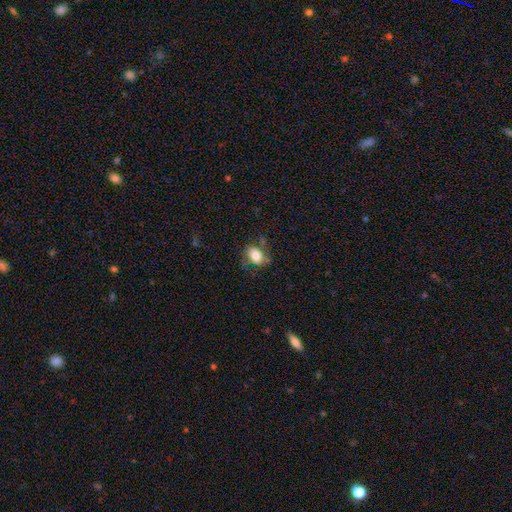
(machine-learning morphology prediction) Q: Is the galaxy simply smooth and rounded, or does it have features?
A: smooth — 77%.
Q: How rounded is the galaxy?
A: in between — 73%.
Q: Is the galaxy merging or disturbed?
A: none — 63%.